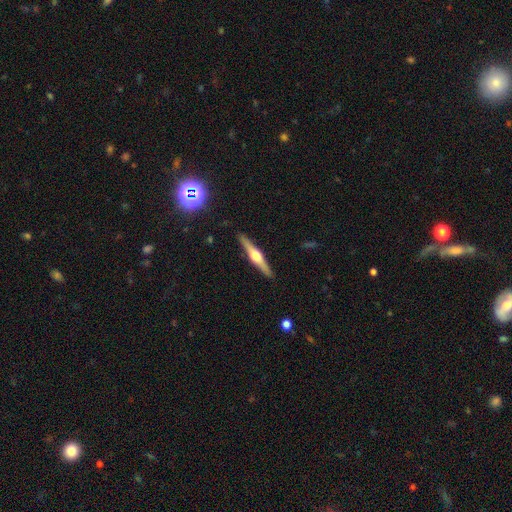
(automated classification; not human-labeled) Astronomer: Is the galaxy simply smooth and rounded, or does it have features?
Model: featured or disk — 77%.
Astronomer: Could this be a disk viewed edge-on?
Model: yes — 98%.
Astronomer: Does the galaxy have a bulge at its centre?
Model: rounded — 95%.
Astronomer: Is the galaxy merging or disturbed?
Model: none — 91%.